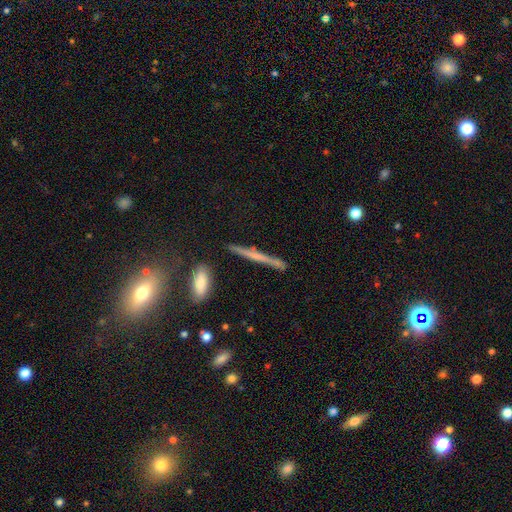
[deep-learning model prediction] The model was most divided on "smooth or featured": featured or disk: 53%, smooth: 40%, star or artifact: 8%. More confident: edge-on disk — yes (95%); merging — none (83%); edge-on bulge — none (65%).